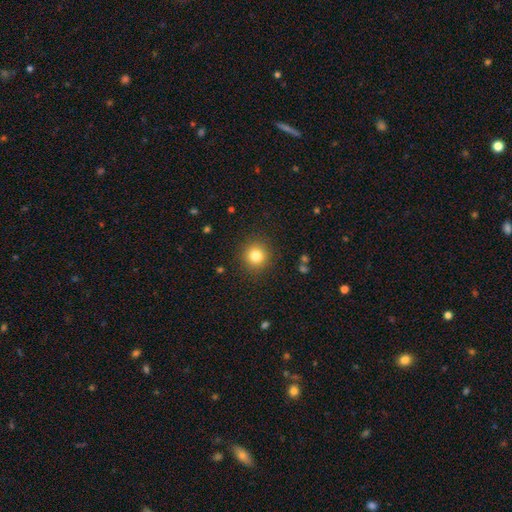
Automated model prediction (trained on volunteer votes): Smooth or featured: smooth — 80% (star or artifact — 12%)
How rounded: round — 93% (in between — 6%)
Merging: none — 90% (minor disturbance — 6%)